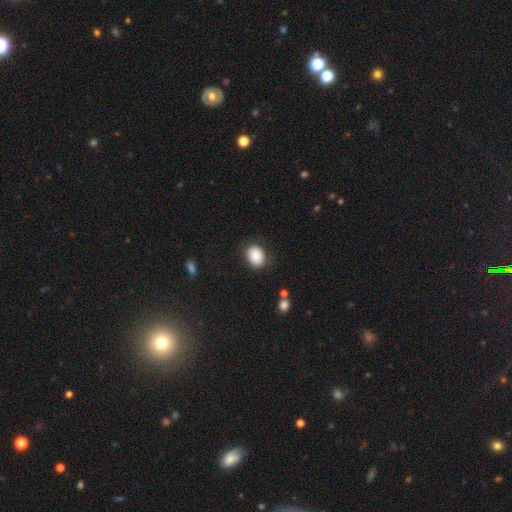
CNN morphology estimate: A smooth galaxy with no disk features (86%) that is in between round and cigar-shaped (57%). Merging: none (84%).